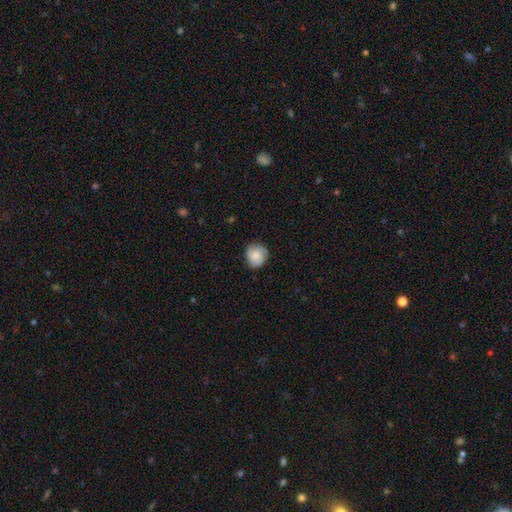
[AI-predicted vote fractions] A smooth galaxy with no disk features (70%) that is round (86%). Merging: none (78%).